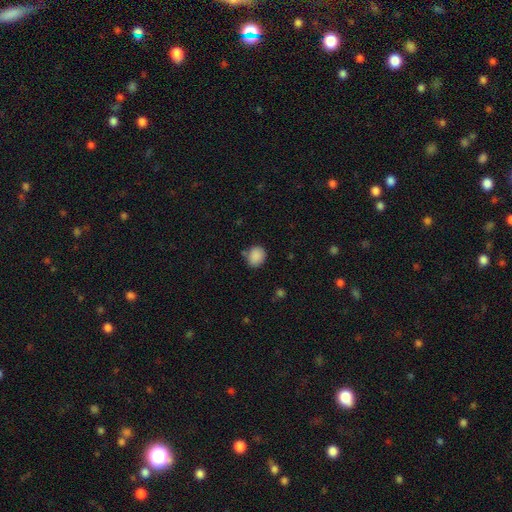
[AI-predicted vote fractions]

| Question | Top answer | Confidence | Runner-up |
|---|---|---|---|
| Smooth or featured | smooth | 88% | star or artifact (8%) |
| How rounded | round | 63% | in between (36%) |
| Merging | none | 73% | minor disturbance (16%) |